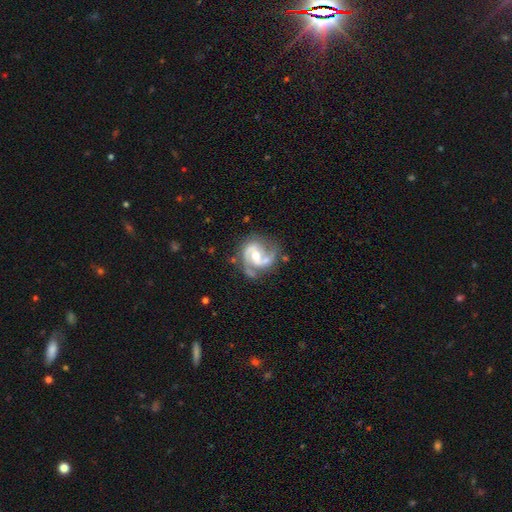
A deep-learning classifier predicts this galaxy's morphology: Smooth or featured?
  - featured or disk: 90% *
  - smooth: 5%
  - star or artifact: 5%
Edge-on disk?
  - no: 98% *
  - yes: 2%
Bar?
  - weak: 41% *
  - no: 34%
  - strong: 24%
Spiral arms?
  - yes: 97% *
  - no: 3%
Spiral winding?
  - medium: 57% *
  - tight: 27%
  - loose: 17%
Spiral arm count?
  - 2: 85% *
  - 3: 6%
  - can't tell: 3%
  - 1: 3%
  - 4: 1%
  - more than 4: 1%
Bulge size?
  - moderate: 67% *
  - small: 28%
  - large: 3%
  - none: 1%
  - dominant: 1%
Merging?
  - none: 62% *
  - minor disturbance: 22%
  - major disturbance: 11%
  - merger: 5%